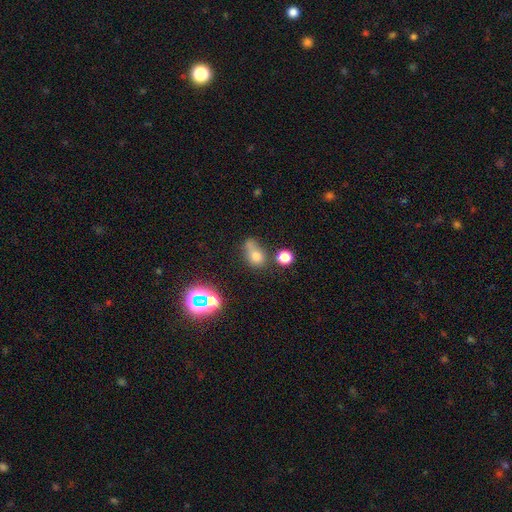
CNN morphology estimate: Smooth or featured? Predicted: smooth (p=0.68). How rounded? Predicted: in between (p=0.54). Merging? Predicted: none (p=0.36).